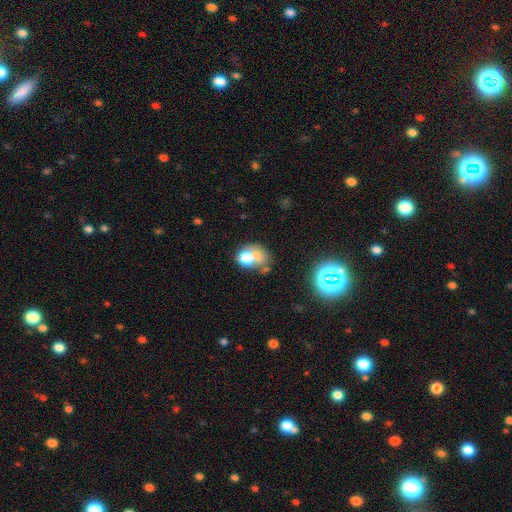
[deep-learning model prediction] smooth_or_featured: smooth (p=0.63) [alt: featured or disk p=0.23]
how_rounded: in between (p=0.55) [alt: round p=0.44]
merging: merger (p=0.44) [alt: none p=0.26]